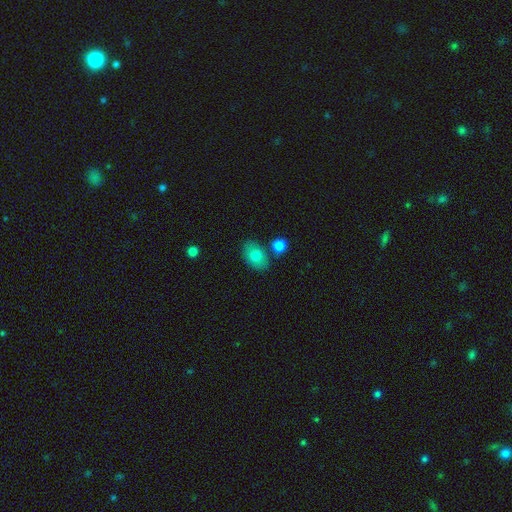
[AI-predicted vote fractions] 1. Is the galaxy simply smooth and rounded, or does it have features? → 77% smooth, 15% featured or disk, 8% star or artifact.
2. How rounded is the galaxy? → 84% in between, 15% round, 1% cigar-shaped.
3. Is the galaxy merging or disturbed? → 69% none, 14% merger, 13% minor disturbance, 3% major disturbance.